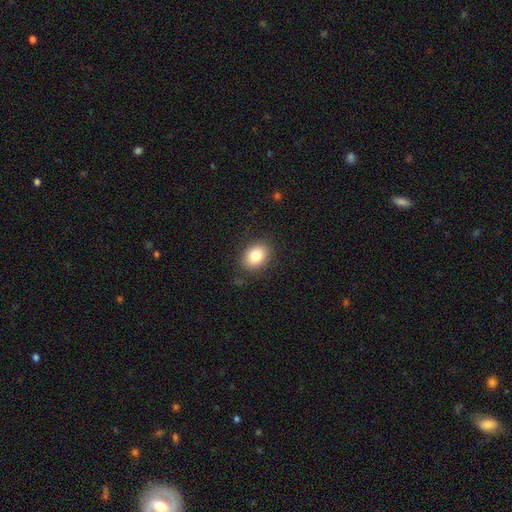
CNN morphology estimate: type=smooth (83%); roundness=in between (64%); merging=none (86%).